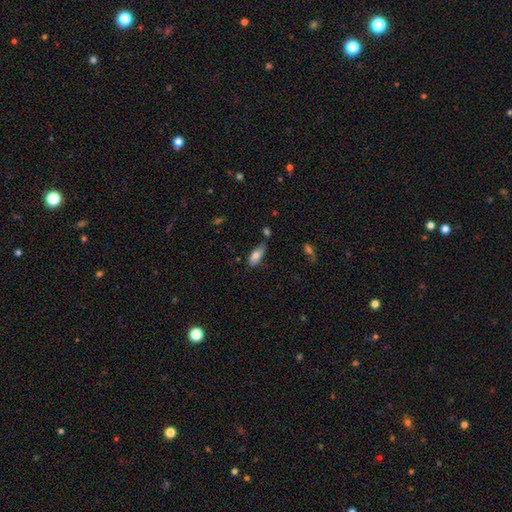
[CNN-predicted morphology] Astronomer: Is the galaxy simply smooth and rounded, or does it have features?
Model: smooth — 76%.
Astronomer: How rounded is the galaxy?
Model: in between — 83%.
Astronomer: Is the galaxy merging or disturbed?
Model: none — 57%.